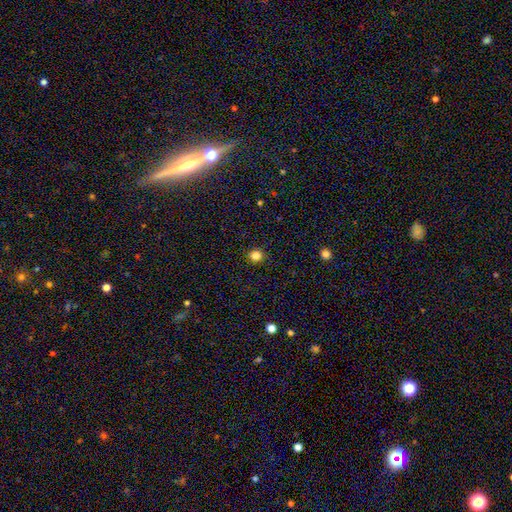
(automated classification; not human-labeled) smooth 84%, star or artifact 12%, featured or disk 4%. Down the decision tree: how rounded — round (84%); merging — none (91%).